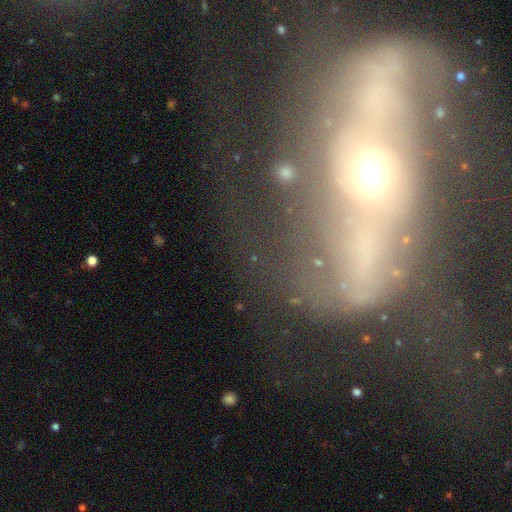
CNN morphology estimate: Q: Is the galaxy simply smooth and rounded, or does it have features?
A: featured or disk — 60%.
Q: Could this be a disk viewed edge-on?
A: no — 88%.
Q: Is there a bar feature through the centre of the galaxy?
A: no — 67%.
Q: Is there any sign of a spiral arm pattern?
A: no — 51%.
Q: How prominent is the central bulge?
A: moderate — 54%.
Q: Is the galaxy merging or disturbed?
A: major disturbance — 35%.